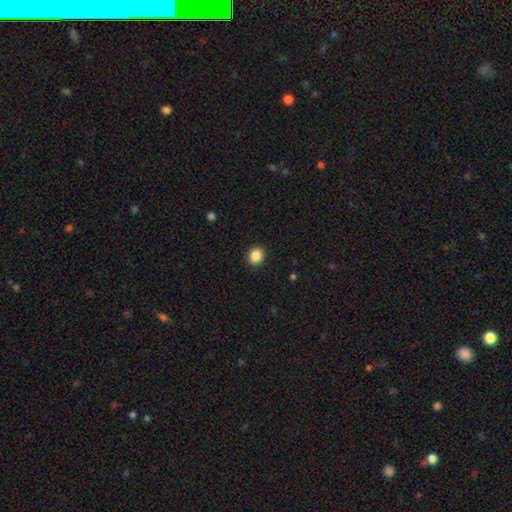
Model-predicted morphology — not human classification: This is clearly a smooth galaxy (87%). How rounded: likely round (74%). Merging: clearly none (91%).